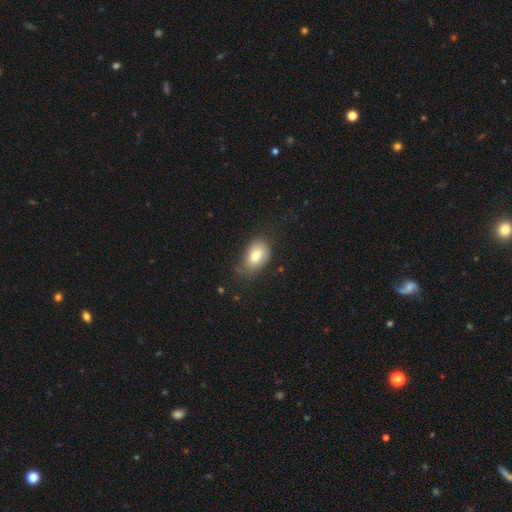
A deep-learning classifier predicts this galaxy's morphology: Overall: smooth (79%). How rounded: in between (87%). Merging: none (64%; minor disturbance 28%).